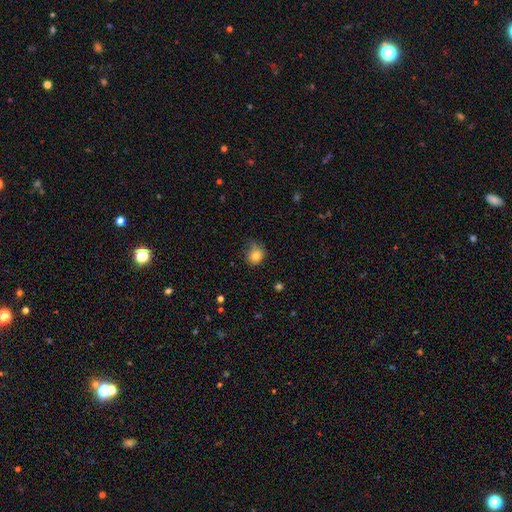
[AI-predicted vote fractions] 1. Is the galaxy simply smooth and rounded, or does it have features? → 81% smooth, 11% star or artifact, 8% featured or disk.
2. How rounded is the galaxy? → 69% round, 30% in between, 1% cigar-shaped.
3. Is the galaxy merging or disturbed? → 52% none, 34% minor disturbance, 11% major disturbance, 3% merger.